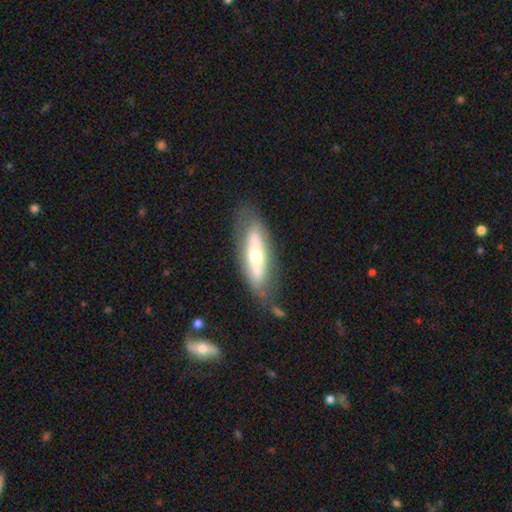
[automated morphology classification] Q: Smooth or featured?
A: featured or disk (52%); runner-up: smooth (42%)
Q: Edge-on disk?
A: no (64%); runner-up: yes (36%)
Q: Merging?
A: none (68%); runner-up: minor disturbance (20%)